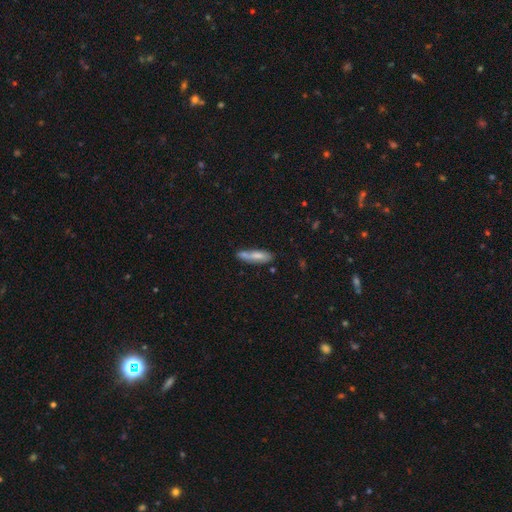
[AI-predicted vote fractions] A smooth galaxy with no disk features (70%) that is cigar-shaped (67%). Merging: none (56%).